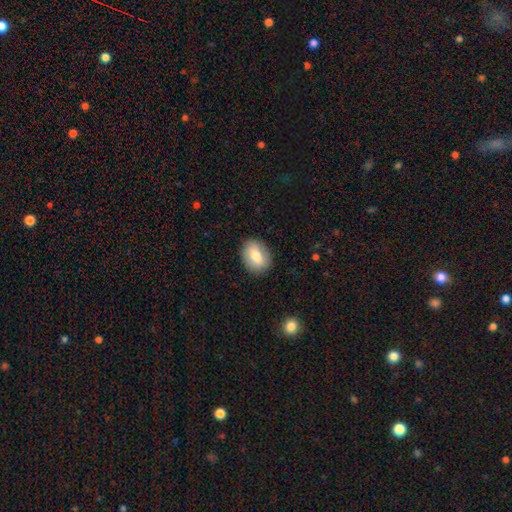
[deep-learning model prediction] This is likely a smooth galaxy (75%). How rounded: likely in between (68%). Merging: clearly none (87%).